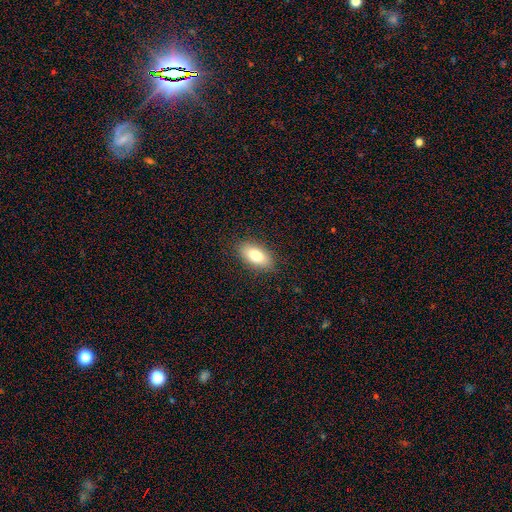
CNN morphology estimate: smooth 80%, featured or disk 12%, star or artifact 8%. Down the decision tree: how rounded — in between (91%); merging — none (86%).